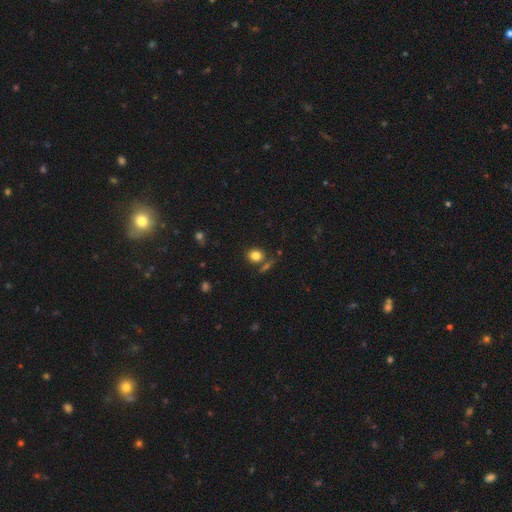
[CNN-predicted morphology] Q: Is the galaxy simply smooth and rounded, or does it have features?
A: smooth — 81%.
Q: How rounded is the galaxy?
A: round — 63%.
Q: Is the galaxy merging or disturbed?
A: none — 73%.